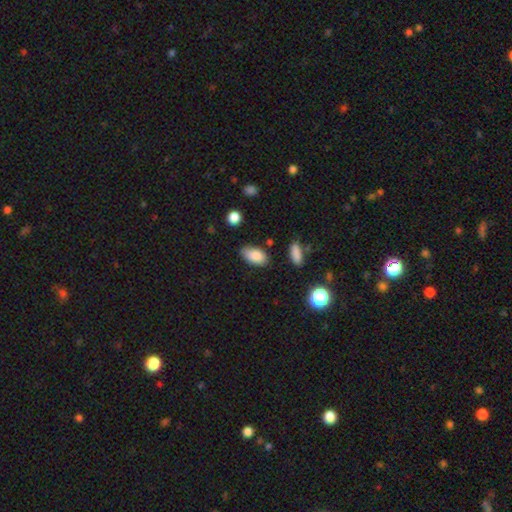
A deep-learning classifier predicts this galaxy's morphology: A smooth galaxy with no disk features (86%) that is in between round and cigar-shaped (93%).

Vote fractions:
- Smooth or featured? smooth: 86% / star or artifact: 8% / featured or disk: 6%
- How rounded? in between: 93% / round: 4% / cigar-shaped: 3%
- Merging? none: 74% / minor disturbance: 19% / major disturbance: 4% / merger: 3%